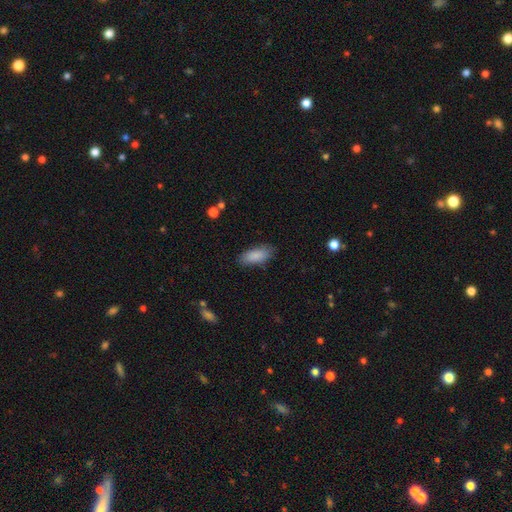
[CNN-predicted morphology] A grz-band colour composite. It shows a smooth galaxy with no disk features (87%) that is in between round and cigar-shaped (82%). Merging: none (82%).